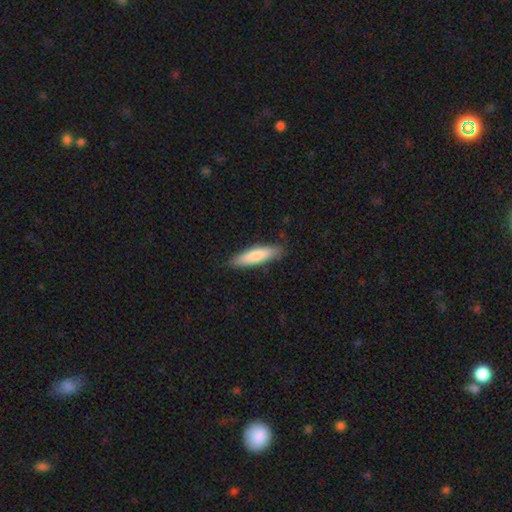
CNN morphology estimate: This appears to be a smooth galaxy with no disk features (80%) that is cigar-shaped (74%). Merging: none (86%).